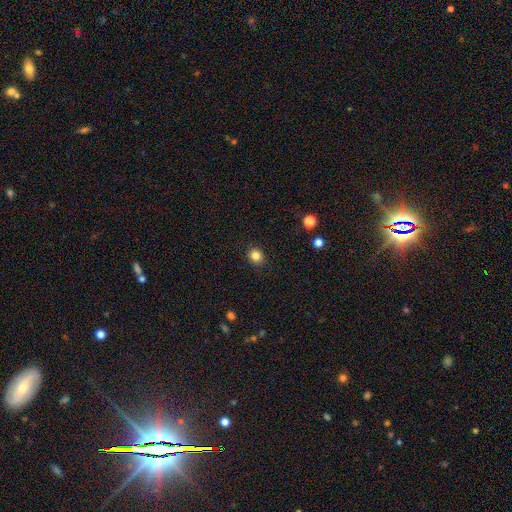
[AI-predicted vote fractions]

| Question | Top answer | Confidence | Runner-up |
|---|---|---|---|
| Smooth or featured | smooth | 84% | star or artifact (12%) |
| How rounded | round | 79% | in between (20%) |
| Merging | none | 90% | minor disturbance (7%) |